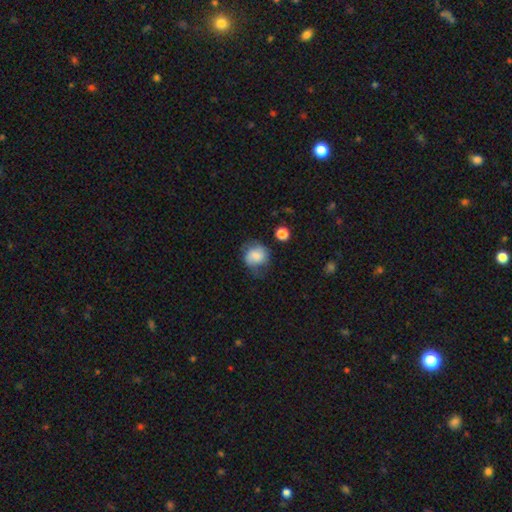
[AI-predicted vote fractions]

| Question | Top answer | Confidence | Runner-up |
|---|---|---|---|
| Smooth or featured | smooth | 73% | featured or disk (18%) |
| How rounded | round | 76% | in between (23%) |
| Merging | none | 58% | minor disturbance (28%) |